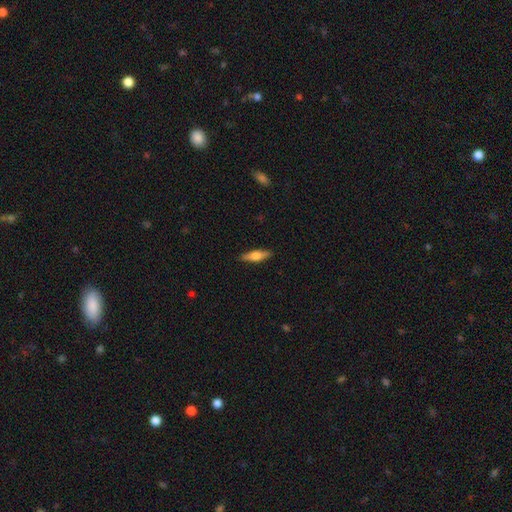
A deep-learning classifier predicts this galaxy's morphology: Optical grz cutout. It shows a smooth galaxy with no disk features (53%) that is cigar-shaped (60%). Merging: none (89%).